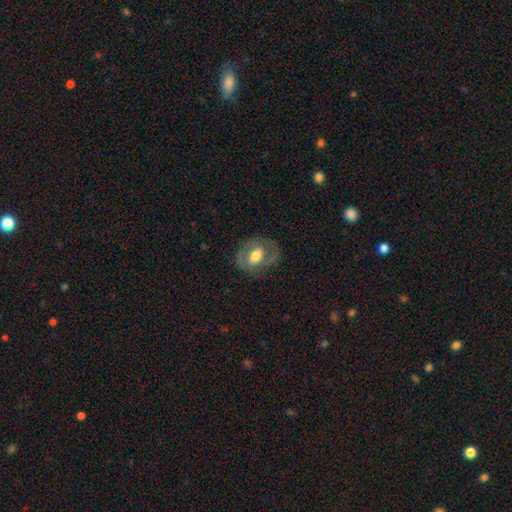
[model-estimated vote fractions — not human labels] Smooth or featured?
  - featured or disk: 59% *
  - smooth: 35%
  - star or artifact: 6%
Edge-on disk?
  - no: 95% *
  - yes: 5%
Bar?
  - no: 50% *
  - weak: 35%
  - strong: 15%
Spiral arms?
  - yes: 52% *
  - no: 48%
Bulge size?
  - moderate: 55% *
  - large: 31%
  - small: 9%
  - dominant: 2%
  - none: 2%
Merging?
  - none: 74% *
  - minor disturbance: 16%
  - major disturbance: 9%
  - merger: 1%